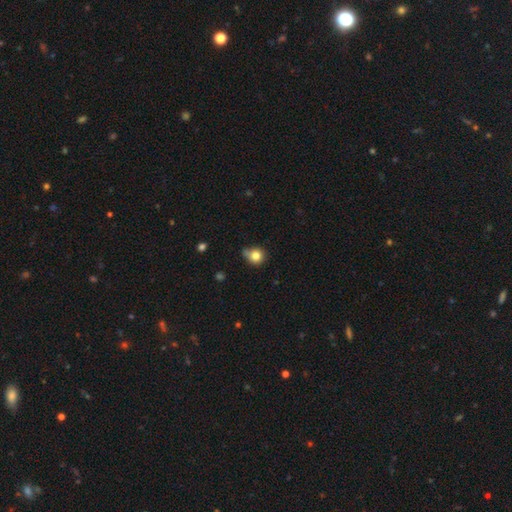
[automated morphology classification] The model was most divided on "merging": none: 50%, minor disturbance: 34%, major disturbance: 9%, merger: 7%. More confident: smooth or featured — smooth (80%); how rounded — round (80%).